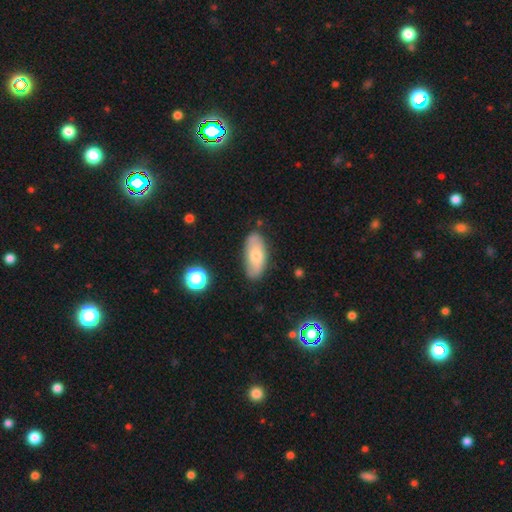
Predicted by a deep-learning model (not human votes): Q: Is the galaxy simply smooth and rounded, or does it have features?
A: smooth — 65%.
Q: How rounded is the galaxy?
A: in between — 86%.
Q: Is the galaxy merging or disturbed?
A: none — 80%.